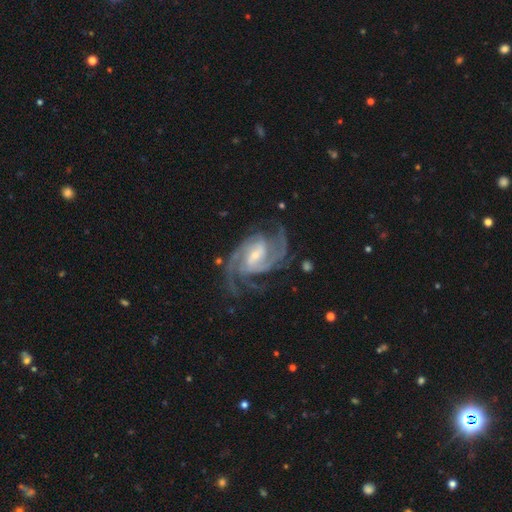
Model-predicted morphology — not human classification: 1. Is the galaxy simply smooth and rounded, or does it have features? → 94% featured or disk, 4% star or artifact, 2% smooth.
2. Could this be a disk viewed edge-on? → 98% no, 2% yes.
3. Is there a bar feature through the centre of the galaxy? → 46% weak, 36% strong, 18% no.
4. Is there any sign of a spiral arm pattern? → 99% yes, 1% no.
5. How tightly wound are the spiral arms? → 51% medium, 40% tight, 9% loose.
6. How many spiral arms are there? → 47% 2, 28% 3, 10% 4, 7% can't tell, 4% more than 4, 4% 1.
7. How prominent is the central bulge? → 63% small, 31% moderate, 3% none, 2% large, 1% dominant.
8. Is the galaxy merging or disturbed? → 74% none, 15% minor disturbance, 9% major disturbance, 2% merger.